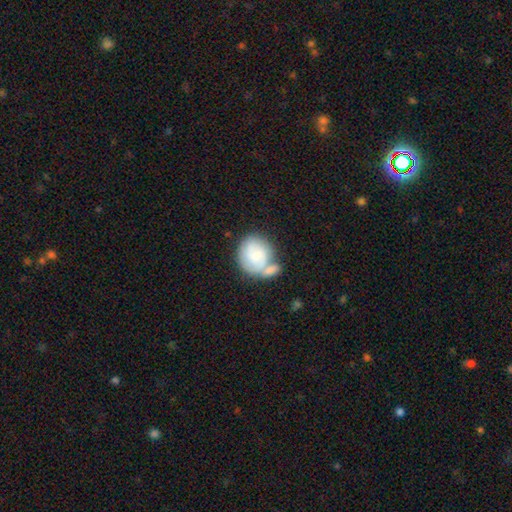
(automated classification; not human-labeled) Morphology: type=smooth (66%); roundness=round (66%); merging=merger (45%).